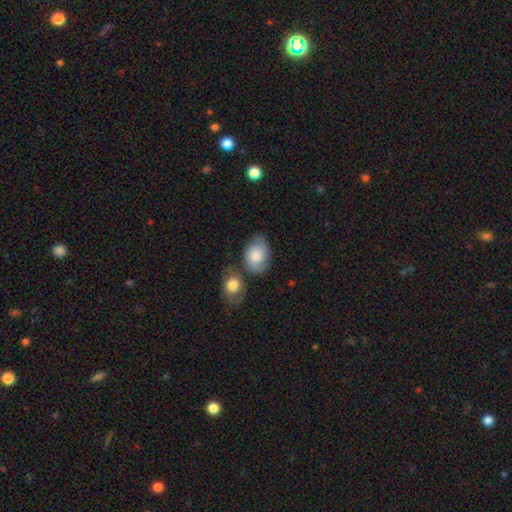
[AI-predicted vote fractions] The model was most divided on "merging": none: 48%, minor disturbance: 24%, merger: 19%, major disturbance: 8%. More confident: how rounded — in between (78%); smooth or featured — smooth (74%).